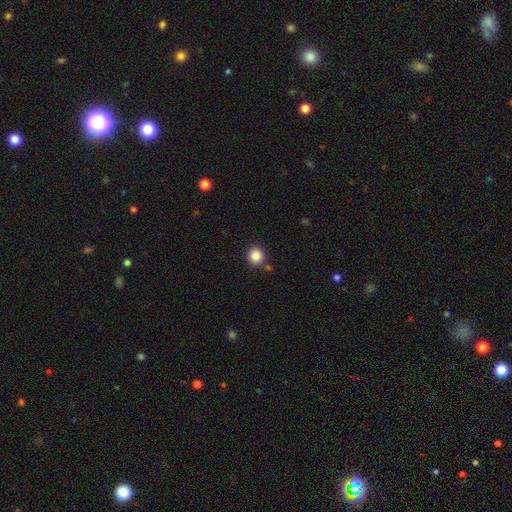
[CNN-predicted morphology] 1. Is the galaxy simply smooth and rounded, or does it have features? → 86% smooth, 10% star or artifact, 3% featured or disk.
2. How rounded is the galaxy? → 92% round, 7% in between, 1% cigar-shaped.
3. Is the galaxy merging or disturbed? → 85% none, 7% minor disturbance, 5% merger, 2% major disturbance.